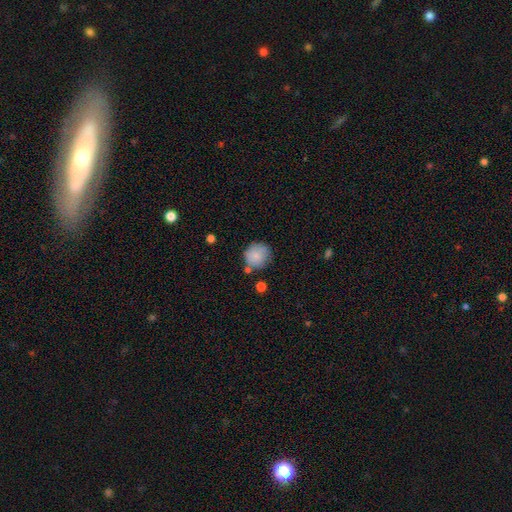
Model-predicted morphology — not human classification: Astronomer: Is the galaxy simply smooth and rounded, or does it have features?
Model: smooth — 84%.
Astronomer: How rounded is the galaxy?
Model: round — 89%.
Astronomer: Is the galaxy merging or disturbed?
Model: none — 72%.